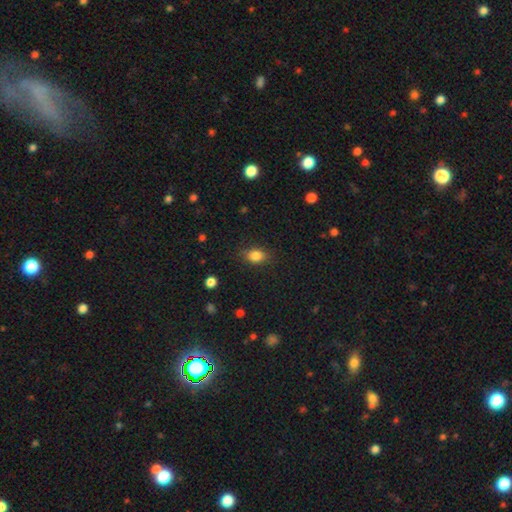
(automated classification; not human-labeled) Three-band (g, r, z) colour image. It shows a smooth galaxy with no disk features (83%) that is in between round and cigar-shaped (67%). Merging: none (81%).